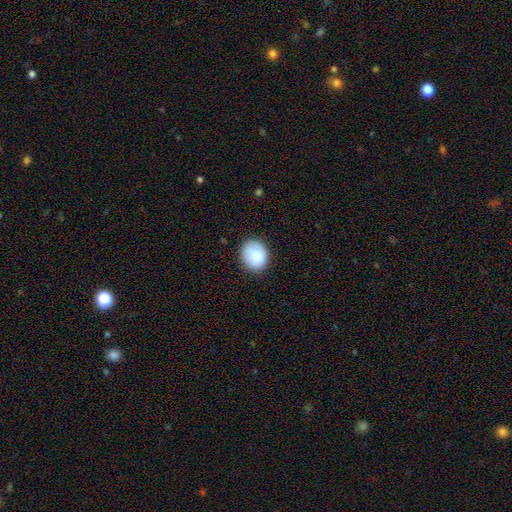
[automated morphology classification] A smooth galaxy with no disk features (87%) that is round (61%). Merging: none (82%).